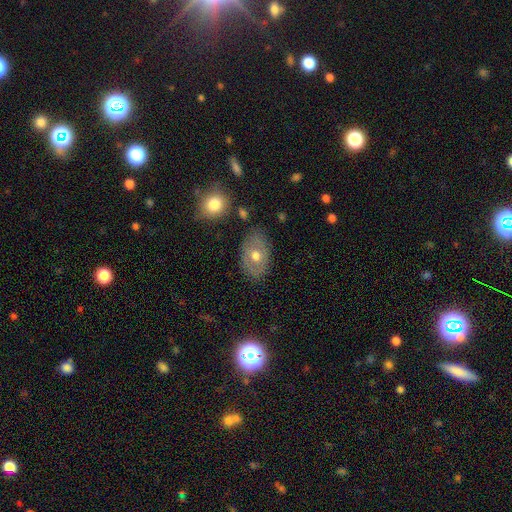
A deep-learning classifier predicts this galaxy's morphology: A smooth galaxy with no disk features (52%) that is in between round and cigar-shaped (83%).

Vote fractions:
- Smooth or featured? smooth: 52% / featured or disk: 40% / star or artifact: 7%
- How rounded? in between: 83% / round: 16% / cigar-shaped: 1%
- Merging? none: 78% / minor disturbance: 16% / major disturbance: 4% / merger: 3%